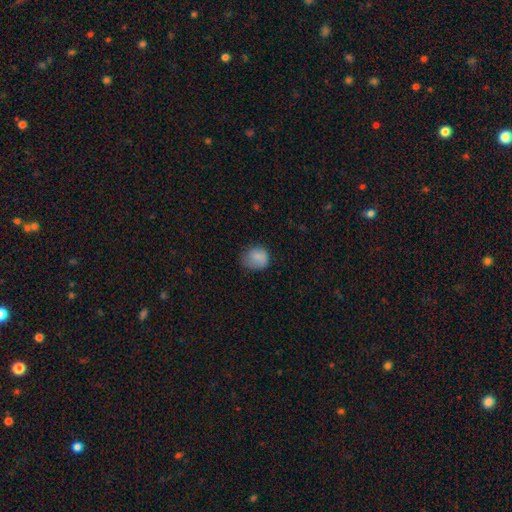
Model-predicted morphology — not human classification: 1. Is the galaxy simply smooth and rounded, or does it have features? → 84% smooth, 9% star or artifact, 7% featured or disk.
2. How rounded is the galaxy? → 67% round, 32% in between, 1% cigar-shaped.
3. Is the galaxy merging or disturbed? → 56% none, 32% minor disturbance, 11% major disturbance, 1% merger.